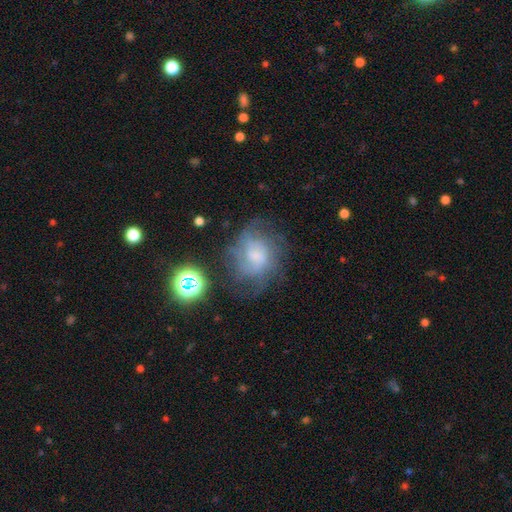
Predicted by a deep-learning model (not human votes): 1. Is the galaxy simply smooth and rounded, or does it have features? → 57% featured or disk, 28% smooth, 15% star or artifact.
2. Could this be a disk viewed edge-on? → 97% no, 3% yes.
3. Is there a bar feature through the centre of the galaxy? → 67% no, 29% weak, 5% strong.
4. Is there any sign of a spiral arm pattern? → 77% yes, 23% no.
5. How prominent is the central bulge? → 37% small, 29% moderate, 24% none, 9% large, 2% dominant.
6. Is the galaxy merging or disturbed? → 54% none, 22% minor disturbance, 21% major disturbance, 3% merger.